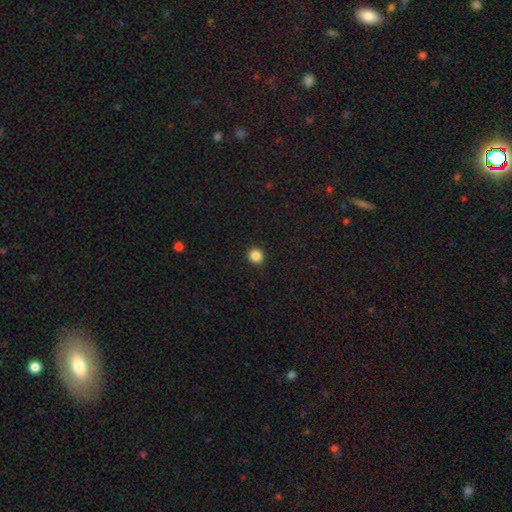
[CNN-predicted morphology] This appears to be a smooth galaxy with no disk features (86%) that is round (91%). Merging: none (93%).